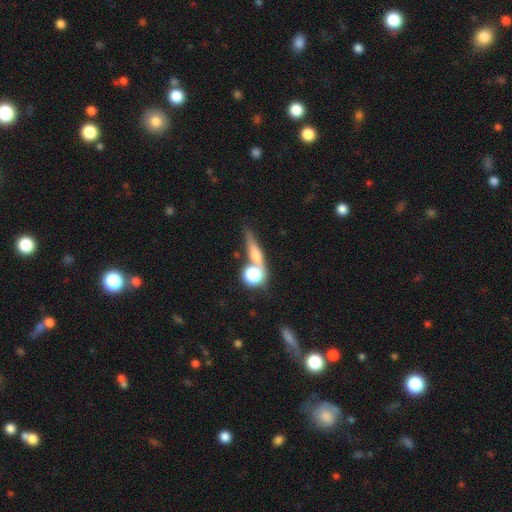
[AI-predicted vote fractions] This is possibly a smooth galaxy (46%). Merging: likely none (62%).